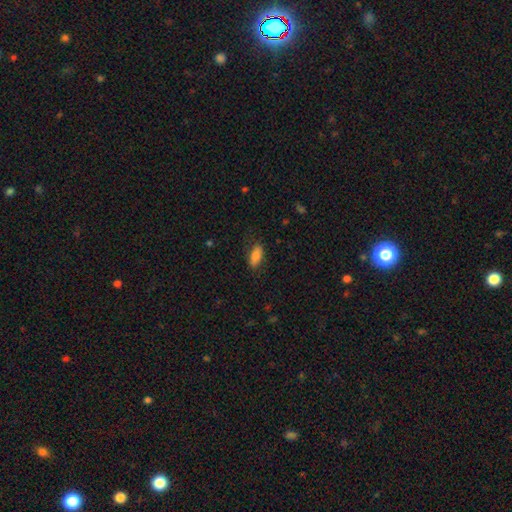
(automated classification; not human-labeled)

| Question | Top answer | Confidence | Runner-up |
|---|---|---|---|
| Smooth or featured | smooth | 82% | featured or disk (11%) |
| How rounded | in between | 81% | cigar-shaped (16%) |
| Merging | none | 79% | minor disturbance (16%) |